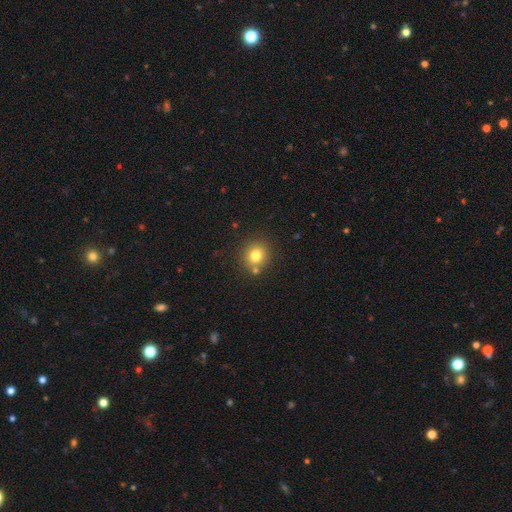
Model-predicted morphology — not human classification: Q: Smooth or featured?
A: smooth (79%); runner-up: star or artifact (13%)
Q: How rounded?
A: round (83%); runner-up: in between (16%)
Q: Merging?
A: none (79%); runner-up: merger (9%)